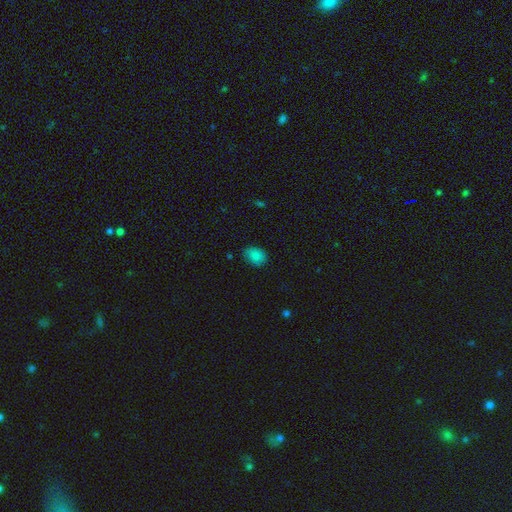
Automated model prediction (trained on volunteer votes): Smooth or featured: smooth — 85% (star or artifact — 10%)
How rounded: in between — 70% (round — 29%)
Merging: none — 75% (minor disturbance — 20%)